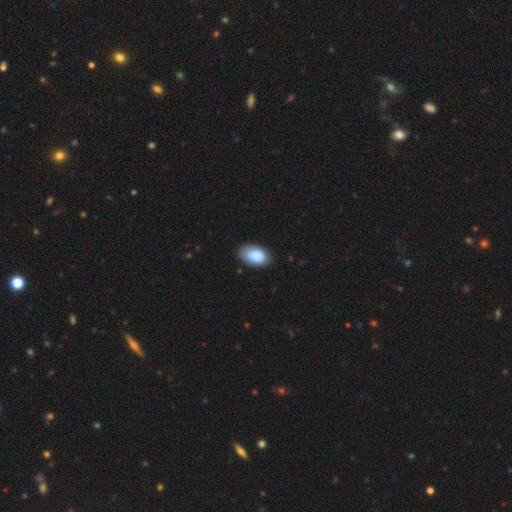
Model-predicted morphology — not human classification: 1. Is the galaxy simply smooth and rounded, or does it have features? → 89% smooth, 6% star or artifact, 5% featured or disk.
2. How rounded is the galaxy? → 93% in between, 6% round, 1% cigar-shaped.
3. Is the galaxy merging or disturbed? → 80% none, 16% minor disturbance, 3% major disturbance, 1% merger.